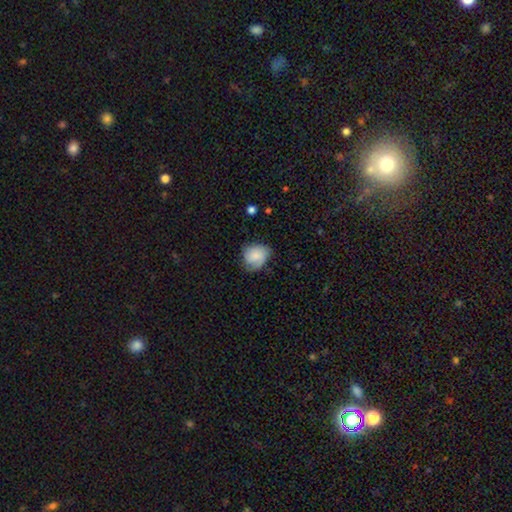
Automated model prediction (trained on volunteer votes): Smooth or featured? Predicted: smooth (p=0.74). How rounded? Predicted: round (p=0.63). Merging? Predicted: none (p=0.58).